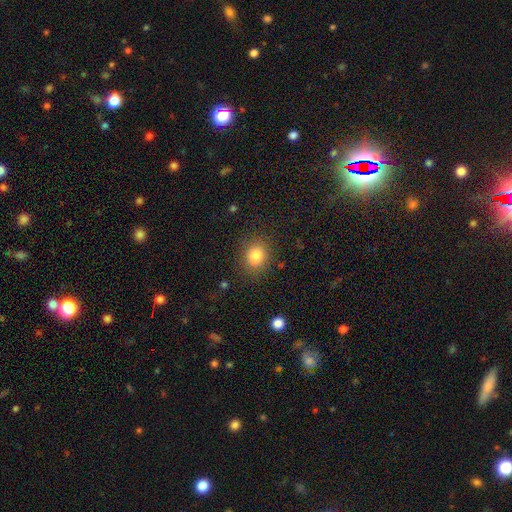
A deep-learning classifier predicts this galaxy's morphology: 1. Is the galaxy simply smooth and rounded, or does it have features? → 83% smooth, 11% star or artifact, 6% featured or disk.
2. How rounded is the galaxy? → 65% round, 34% in between, 1% cigar-shaped.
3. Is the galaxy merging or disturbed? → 84% none, 11% minor disturbance, 4% major disturbance, 2% merger.